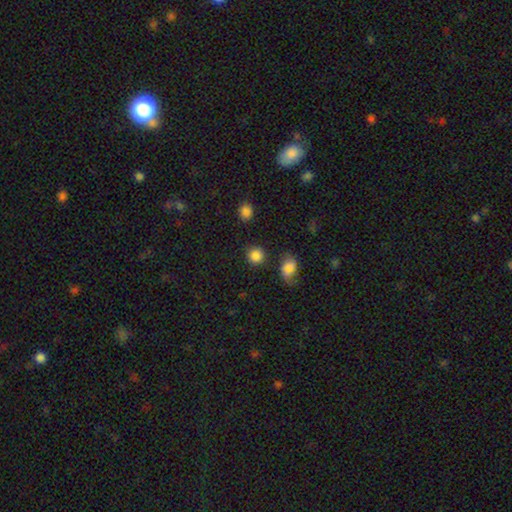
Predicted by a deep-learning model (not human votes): This is clearly a smooth galaxy (85%). How rounded: clearly round (90%). Merging: clearly none (83%).